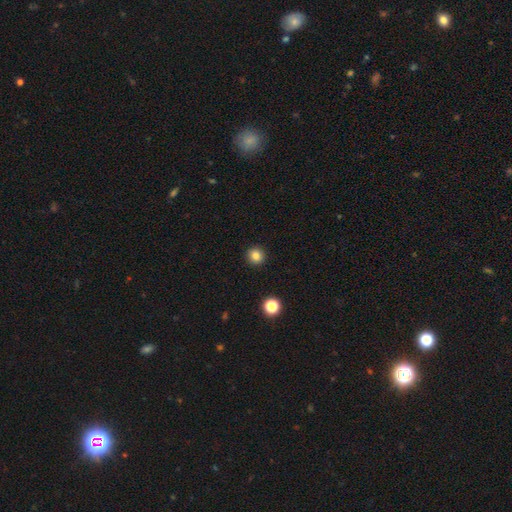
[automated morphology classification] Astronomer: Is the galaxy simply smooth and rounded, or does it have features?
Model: smooth — 83%.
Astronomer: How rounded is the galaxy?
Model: round — 93%.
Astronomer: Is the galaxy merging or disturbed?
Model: none — 93%.